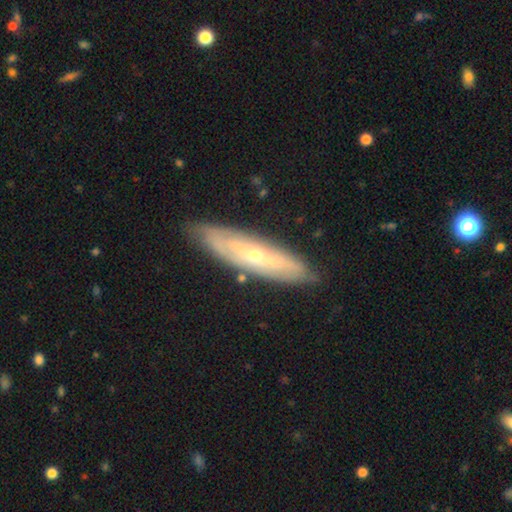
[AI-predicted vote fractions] Smooth or featured: featured or disk — 72% (smooth — 22%)
Edge-on disk: no — 60% (yes — 40%)
Merging: none — 82% (minor disturbance — 14%)